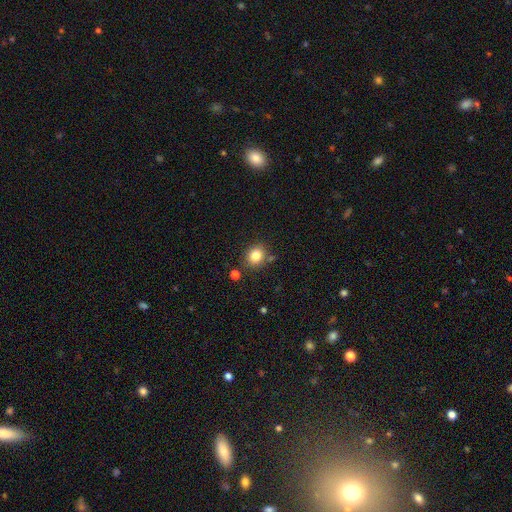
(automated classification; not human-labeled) Overall: smooth (82%). How rounded: round (67%; in between 32%). Merging: none (80%).